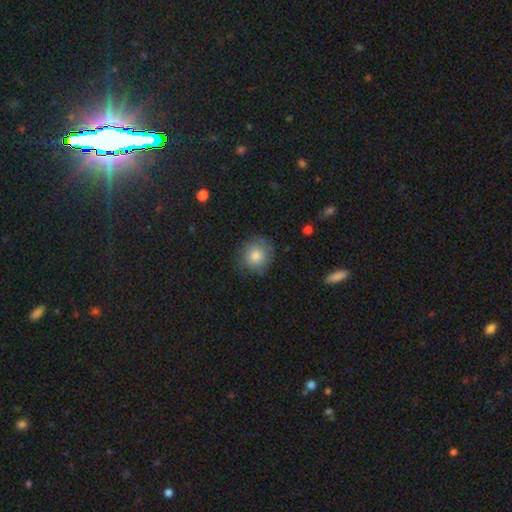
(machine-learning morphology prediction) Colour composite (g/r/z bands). It shows a smooth galaxy with no disk features (81%) that is round (90%). Merging: none (81%).